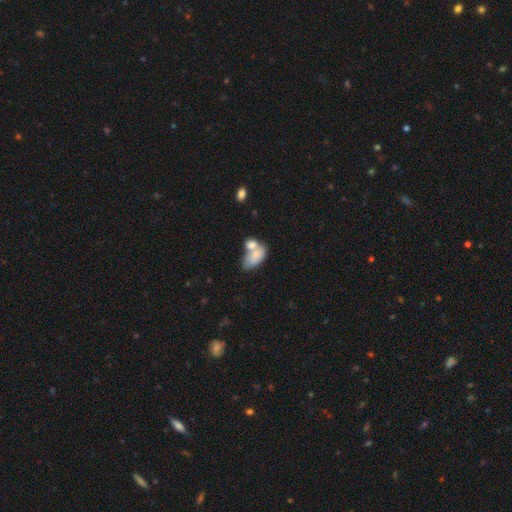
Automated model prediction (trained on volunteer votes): Overall: smooth (72%). How rounded: in between (90%). Merging: merger (60%; none 21%).